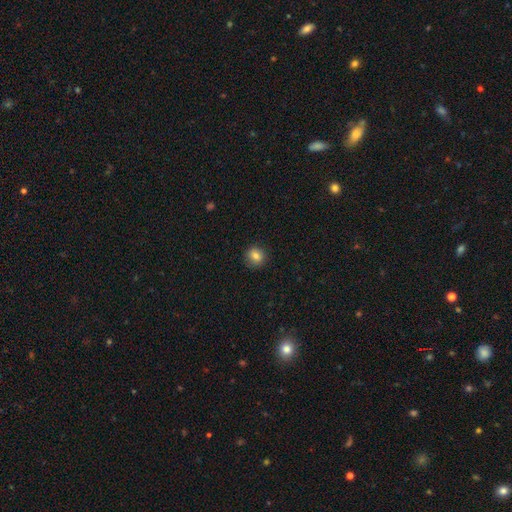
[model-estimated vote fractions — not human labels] Smooth or featured?
  - smooth: 80% *
  - star or artifact: 11%
  - featured or disk: 9%
How rounded?
  - round: 87% *
  - in between: 12%
  - cigar-shaped: 1%
Merging?
  - none: 89% *
  - minor disturbance: 8%
  - major disturbance: 2%
  - merger: 1%